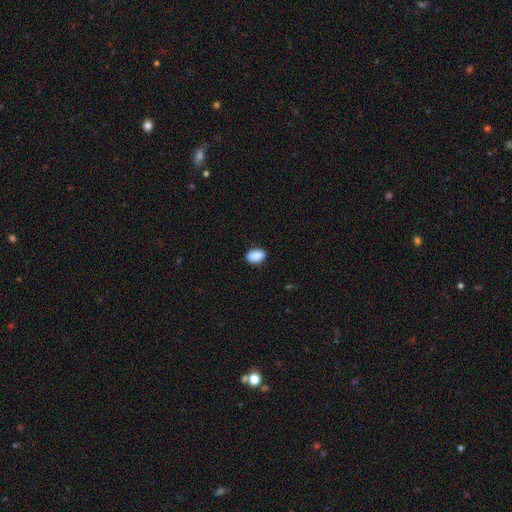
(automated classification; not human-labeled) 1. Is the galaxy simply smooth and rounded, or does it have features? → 90% smooth, 7% star or artifact, 3% featured or disk.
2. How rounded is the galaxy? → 89% in between, 10% round, 2% cigar-shaped.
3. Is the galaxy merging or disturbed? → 86% none, 11% minor disturbance, 2% major disturbance, 1% merger.